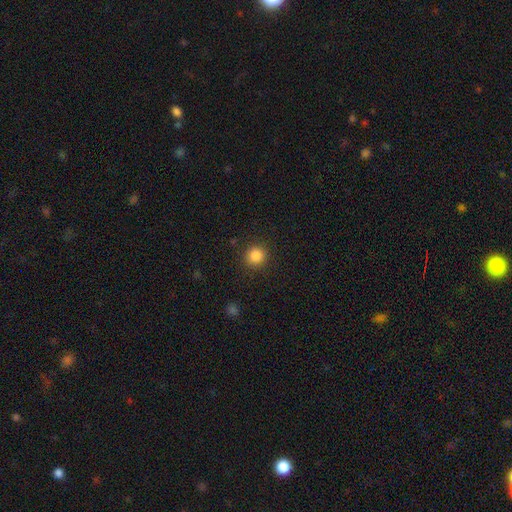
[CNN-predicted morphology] smooth-or-featured: smooth: 85% | star or artifact: 11% | featured or disk: 4%
  how-rounded: round: 92% | in between: 7% | cigar-shaped: 1%
  merging: none: 90% | minor disturbance: 7% | major disturbance: 3% | merger: 1%